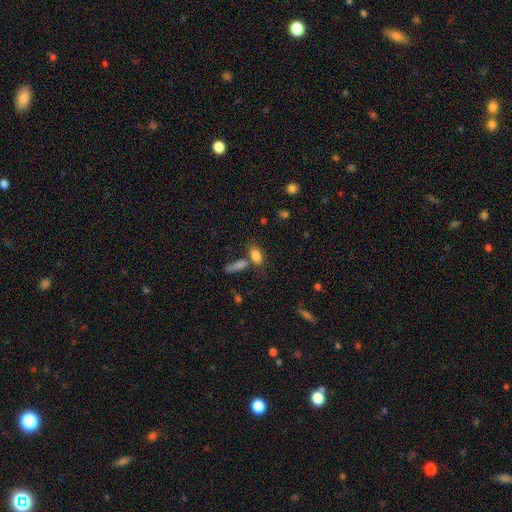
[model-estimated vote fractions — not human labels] Smooth or featured?
  - smooth: 82% *
  - star or artifact: 10%
  - featured or disk: 8%
How rounded?
  - in between: 86% *
  - round: 8%
  - cigar-shaped: 6%
Merging?
  - none: 57% *
  - merger: 25%
  - minor disturbance: 13%
  - major disturbance: 5%